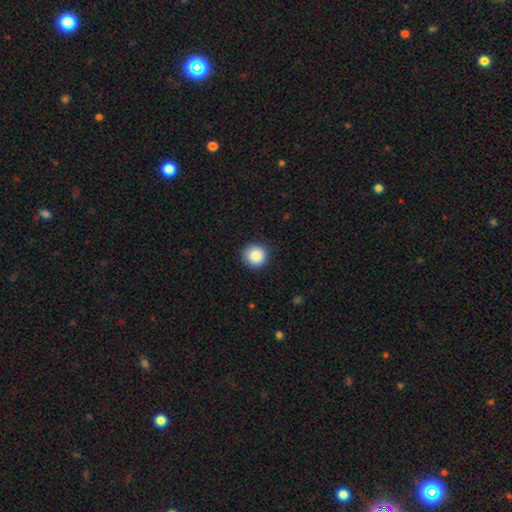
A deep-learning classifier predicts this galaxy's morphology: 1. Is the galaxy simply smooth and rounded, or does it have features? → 87% smooth, 9% star or artifact, 5% featured or disk.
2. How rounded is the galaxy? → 94% round, 5% in between, 1% cigar-shaped.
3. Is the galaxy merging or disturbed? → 91% none, 7% minor disturbance, 2% major disturbance, 1% merger.